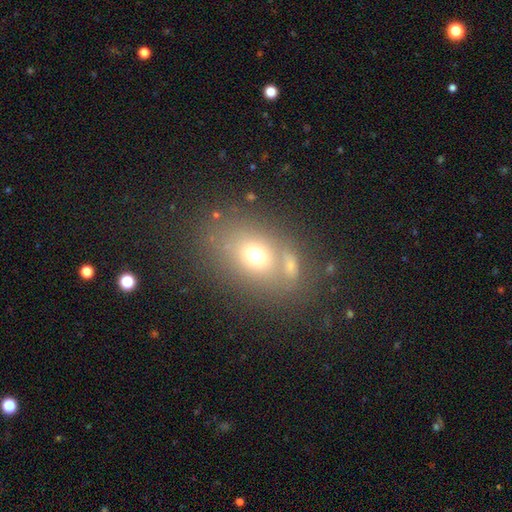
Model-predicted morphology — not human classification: A smooth galaxy with no disk features (67%) that is in between round and cigar-shaped (62%). Merging: none (58%).